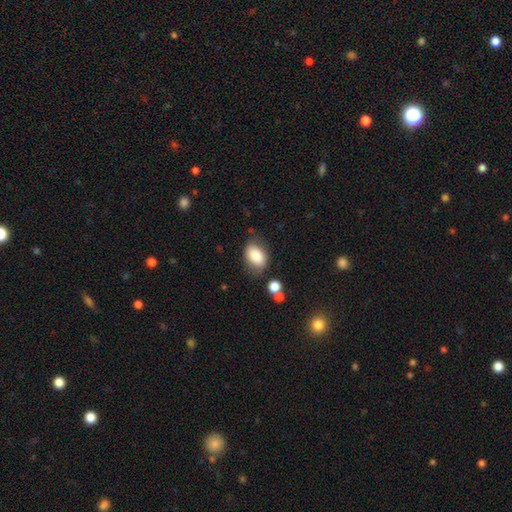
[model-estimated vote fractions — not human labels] A smooth galaxy with no disk features (83%) that is in between round and cigar-shaped (85%).

Vote fractions:
- Smooth or featured? smooth: 83% / featured or disk: 10% / star or artifact: 8%
- How rounded? in between: 85% / round: 14% / cigar-shaped: 1%
- Merging? none: 70% / minor disturbance: 19% / major disturbance: 6% / merger: 5%